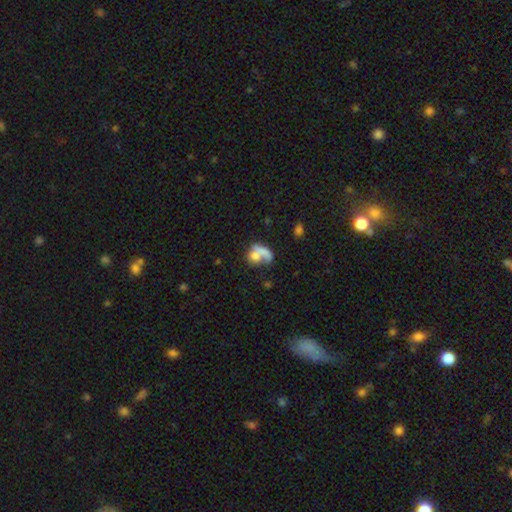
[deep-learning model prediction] Smooth or featured? Predicted: smooth (p=0.58). How rounded? Predicted: in between (p=0.55). Merging? Predicted: merger (p=0.49).